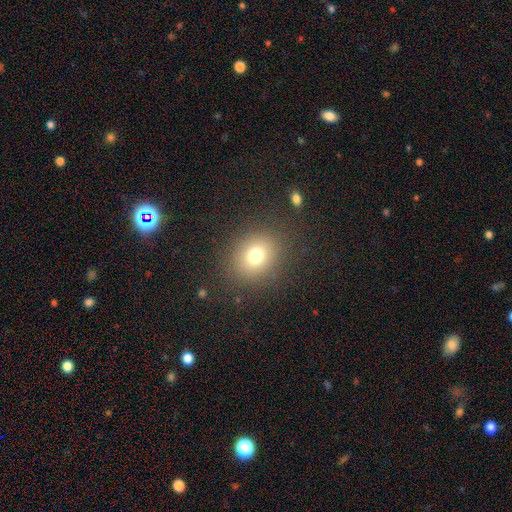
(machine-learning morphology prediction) smooth 74%, star or artifact 15%, featured or disk 11%. Down the decision tree: how rounded — round (69%); merging — none (85%).